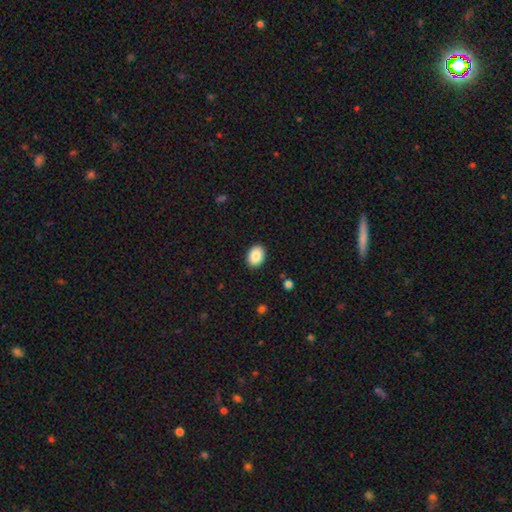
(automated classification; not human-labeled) Smooth or featured? smooth (88%)
How rounded? in between (75%)
Merging? none (90%)